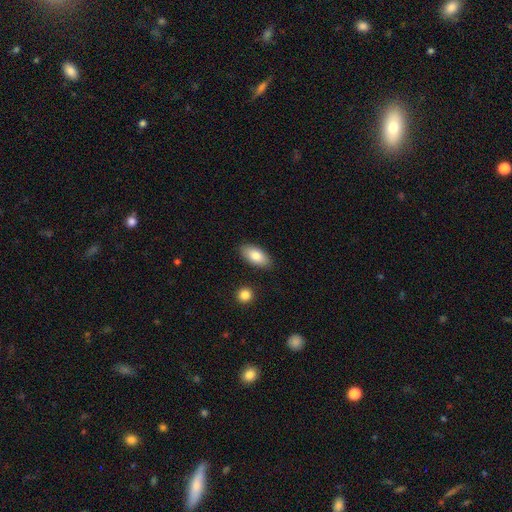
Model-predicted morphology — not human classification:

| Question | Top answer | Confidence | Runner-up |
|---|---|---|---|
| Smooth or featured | smooth | 83% | featured or disk (11%) |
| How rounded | in between | 91% | cigar-shaped (6%) |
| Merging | none | 86% | minor disturbance (9%) |